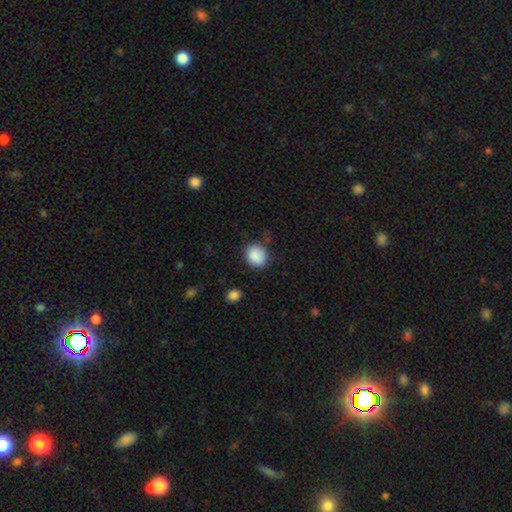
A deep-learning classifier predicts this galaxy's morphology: This is clearly a smooth galaxy (88%). How rounded: likely round (68%). Merging: likely none (78%).